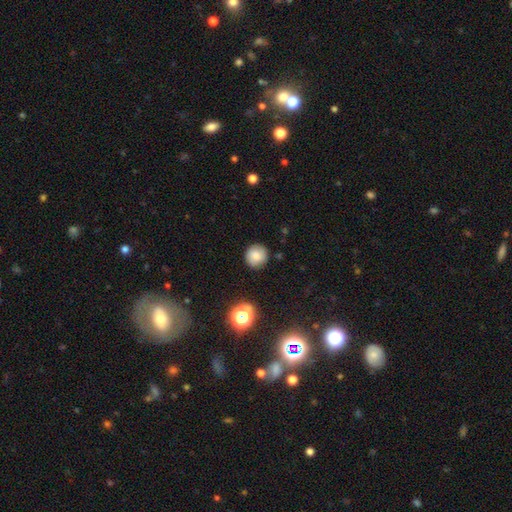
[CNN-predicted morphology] This appears to be a smooth galaxy with no disk features (81%) that is round (92%). Merging: none (87%).